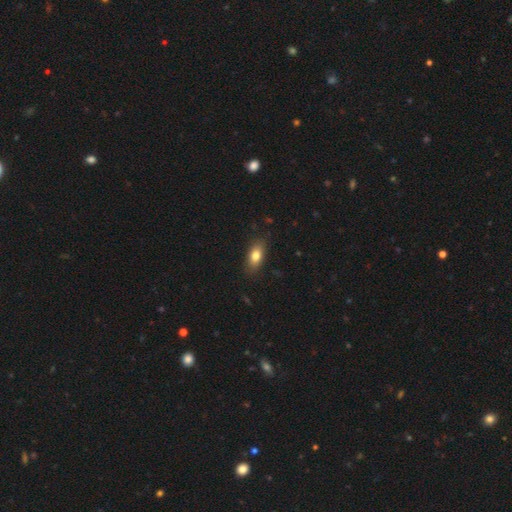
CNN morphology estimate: This is likely a smooth galaxy (79%). How rounded: clearly in between (84%). Merging: clearly none (84%).